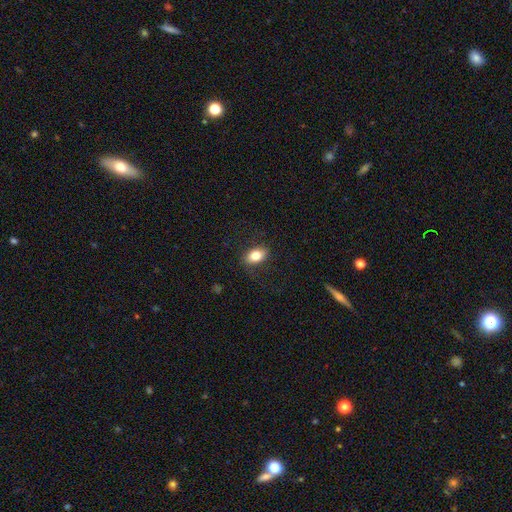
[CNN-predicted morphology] This appears to be a smooth galaxy with no disk features (79%) that is in between round and cigar-shaped (85%). Merging: none (83%).